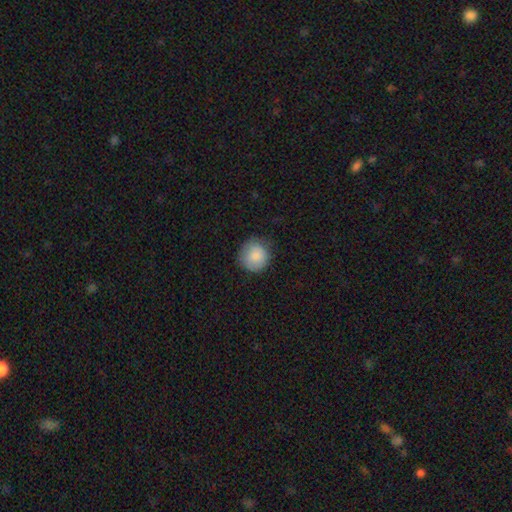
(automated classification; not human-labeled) A smooth galaxy with no disk features (86%) that is round (91%). Merging: none (76%).